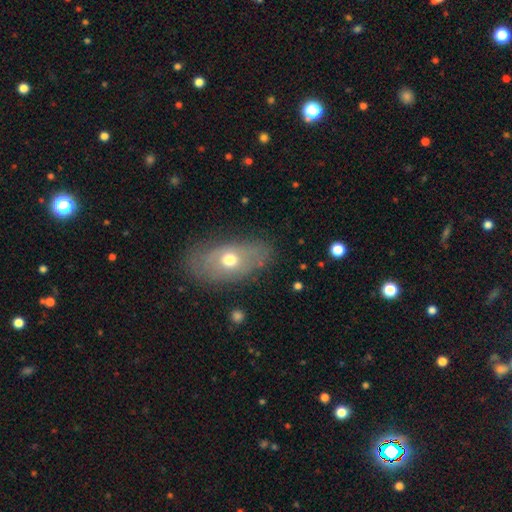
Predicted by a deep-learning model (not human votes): Smooth or featured?
  - featured or disk: 47% *
  - smooth: 44%
  - star or artifact: 9%
Merging?
  - none: 77% *
  - minor disturbance: 16%
  - major disturbance: 5%
  - merger: 1%